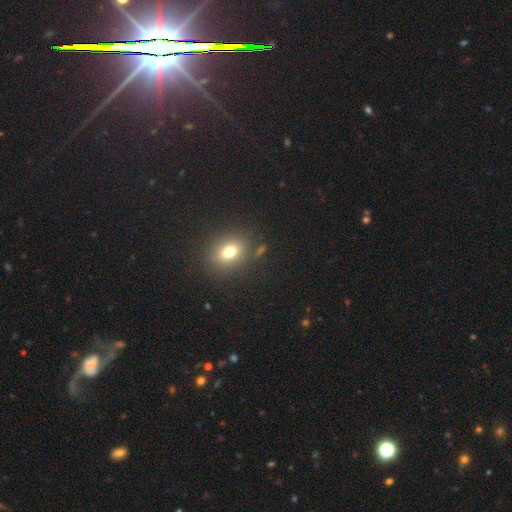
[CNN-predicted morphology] The model was most divided on "smooth or featured": smooth: 56%, star or artifact: 34%, featured or disk: 11%. More confident: merging — none (88%); how rounded — round (60%).